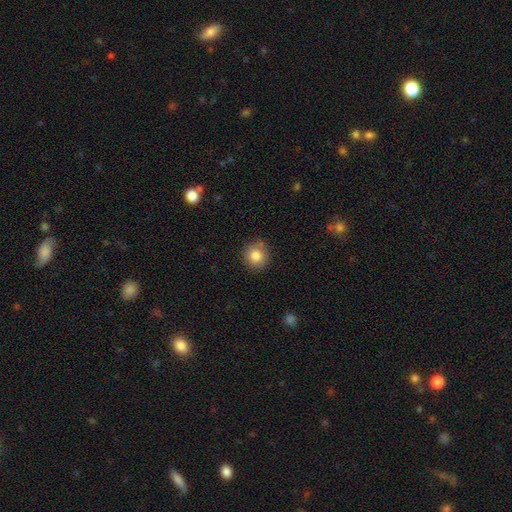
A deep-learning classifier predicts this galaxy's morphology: smooth 83%, star or artifact 10%, featured or disk 8%. Down the decision tree: how rounded — round (91%); merging — none (81%).